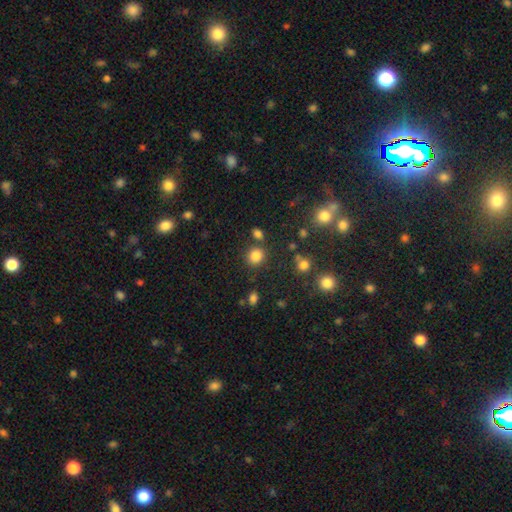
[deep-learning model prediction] Smooth or featured: smooth — 82% (star or artifact — 13%)
How rounded: round — 81% (in between — 18%)
Merging: none — 78% (minor disturbance — 10%)